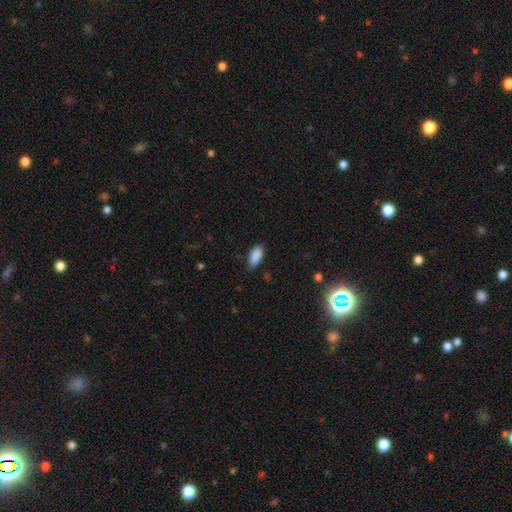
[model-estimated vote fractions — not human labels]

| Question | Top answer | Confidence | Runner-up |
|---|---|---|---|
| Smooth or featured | smooth | 88% | star or artifact (7%) |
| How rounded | in between | 88% | cigar-shaped (10%) |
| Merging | none | 78% | minor disturbance (18%) |